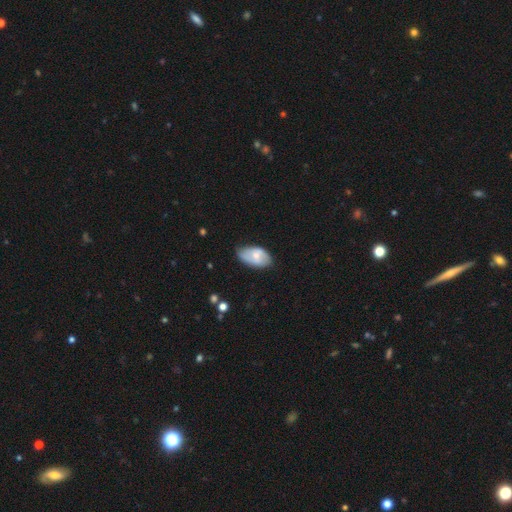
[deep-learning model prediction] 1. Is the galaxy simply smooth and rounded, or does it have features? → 53% smooth, 41% featured or disk, 6% star or artifact.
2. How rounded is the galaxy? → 93% in between, 5% round, 2% cigar-shaped.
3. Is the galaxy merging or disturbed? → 69% none, 25% minor disturbance, 4% major disturbance, 2% merger.